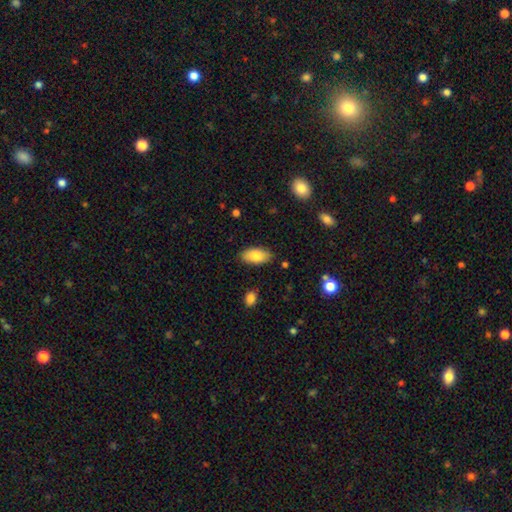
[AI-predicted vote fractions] smooth-or-featured: smooth: 81% | featured or disk: 13% | star or artifact: 7%
  how-rounded: in between: 93% | cigar-shaped: 4% | round: 3%
  merging: none: 86% | minor disturbance: 11% | major disturbance: 2% | merger: 2%